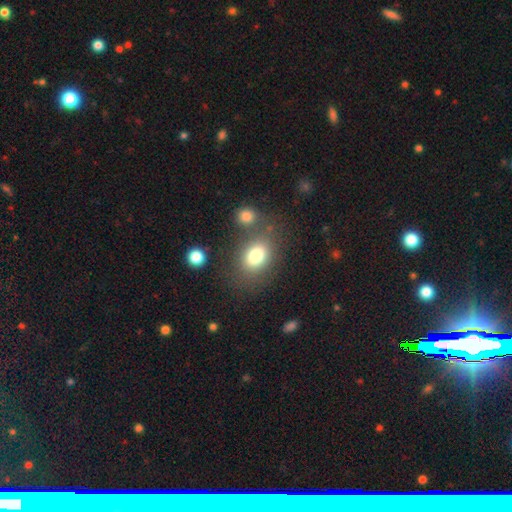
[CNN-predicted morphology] The model was most divided on "how rounded": in between: 70%, round: 28%, cigar-shaped: 1%. More confident: smooth or featured — smooth (80%); merging — none (67%).